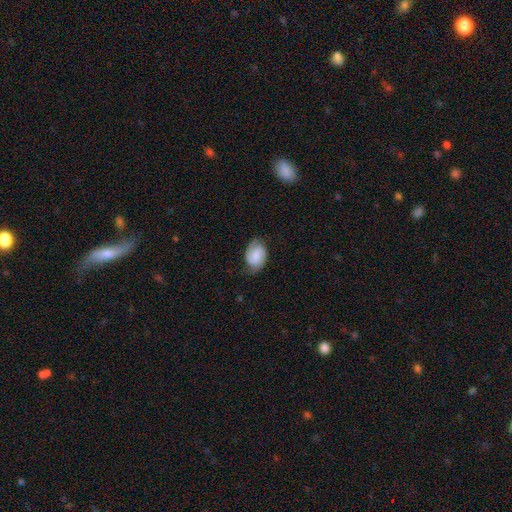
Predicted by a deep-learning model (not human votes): Smooth or featured? Predicted: featured or disk (p=0.67). Edge-on disk? Predicted: no (p=0.97). Bar? Predicted: weak (p=0.53). Spiral arms? Predicted: yes (p=0.94). Spiral winding? Predicted: medium (p=0.47). Spiral arm count? Predicted: 2 (p=0.87). Bulge size? Predicted: small (p=0.42). Merging? Predicted: none (p=0.75).